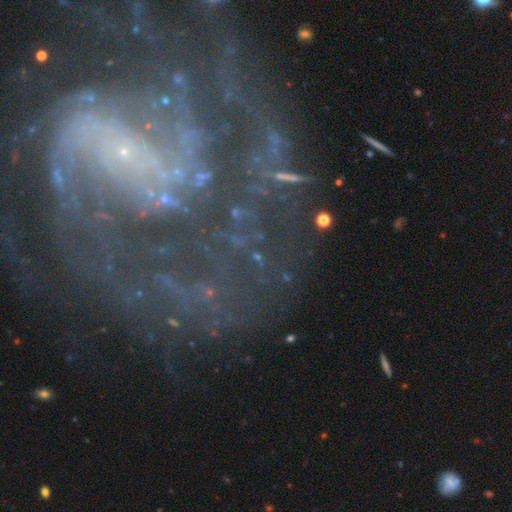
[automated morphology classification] This appears to be a featured or disk galaxy (83%) with no bar (50%), 2 (31%) tight (43%) spiral arms (93%) and a small central bulge (73%). Merging: none (59%).